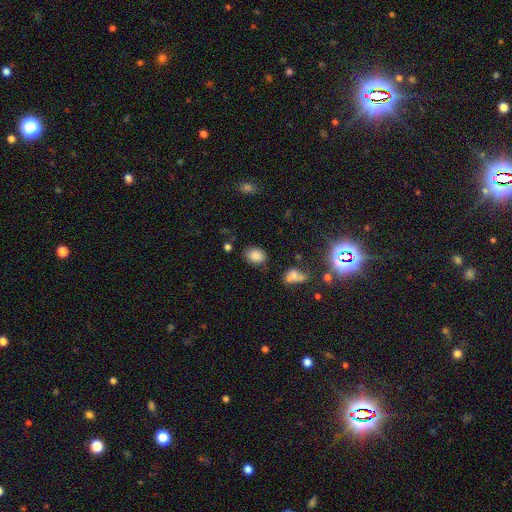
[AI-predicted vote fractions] The model was most divided on "how rounded": in between: 68%, round: 31%, cigar-shaped: 1%. More confident: smooth or featured — smooth (84%); merging — none (77%).